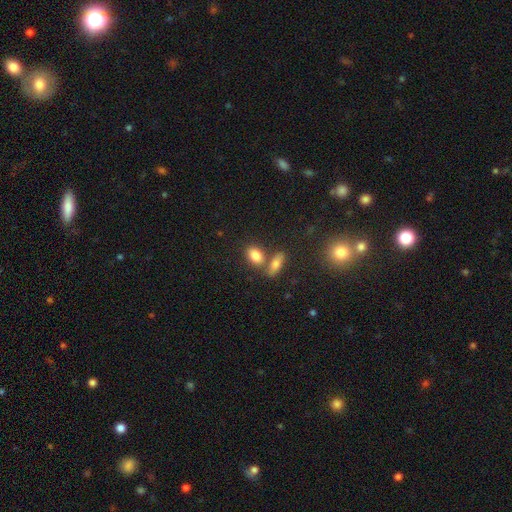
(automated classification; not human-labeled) Smooth or featured?
  - smooth: 83% *
  - featured or disk: 9%
  - star or artifact: 8%
How rounded?
  - in between: 85% *
  - round: 12%
  - cigar-shaped: 3%
Merging?
  - none: 52% *
  - merger: 34%
  - minor disturbance: 10%
  - major disturbance: 4%